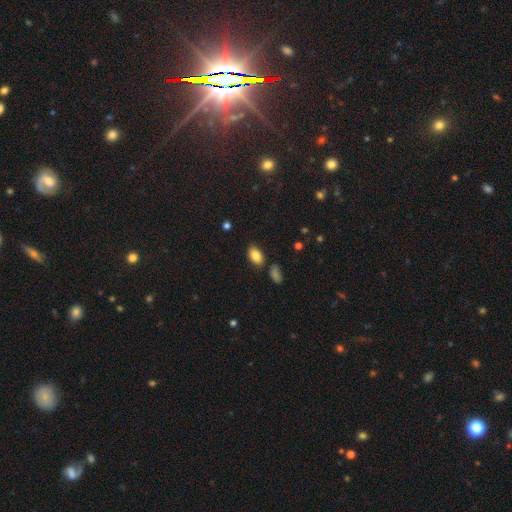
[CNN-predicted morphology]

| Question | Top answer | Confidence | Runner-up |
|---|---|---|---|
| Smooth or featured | smooth | 85% | star or artifact (9%) |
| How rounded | in between | 91% | round (7%) |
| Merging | none | 79% | minor disturbance (14%) |